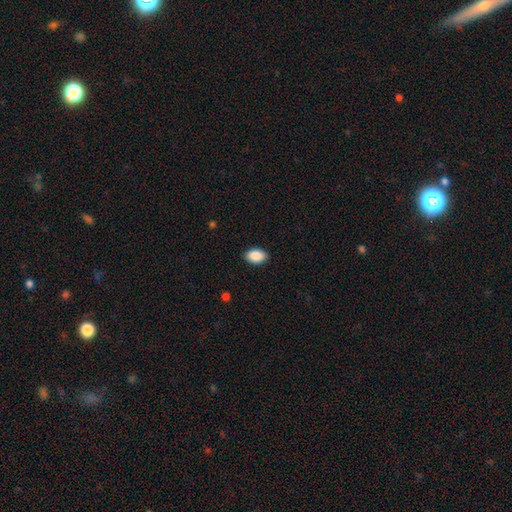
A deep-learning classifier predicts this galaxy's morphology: smooth_or_featured: smooth (p=0.90) [alt: star or artifact p=0.07]
how_rounded: in between (p=0.89) [alt: round p=0.10]
merging: none (p=0.88) [alt: minor disturbance p=0.09]